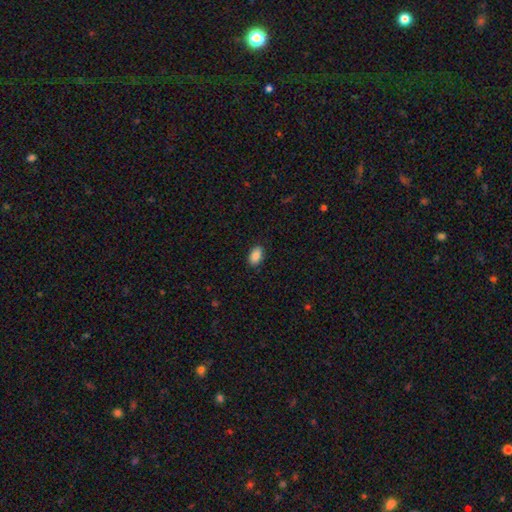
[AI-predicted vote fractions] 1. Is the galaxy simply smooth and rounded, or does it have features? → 88% smooth, 7% star or artifact, 4% featured or disk.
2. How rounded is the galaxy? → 92% in between, 7% round, 2% cigar-shaped.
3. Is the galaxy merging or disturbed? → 88% none, 9% minor disturbance, 2% major disturbance, 1% merger.